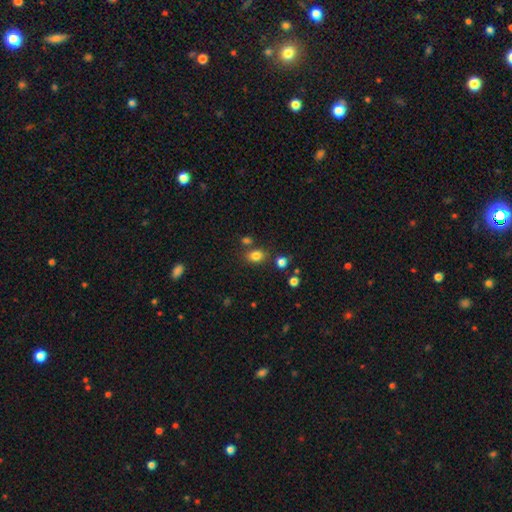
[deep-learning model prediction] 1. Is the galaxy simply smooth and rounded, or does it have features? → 81% smooth, 13% star or artifact, 6% featured or disk.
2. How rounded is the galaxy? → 61% in between, 38% round, 1% cigar-shaped.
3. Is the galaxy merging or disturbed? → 72% none, 13% minor disturbance, 11% merger, 4% major disturbance.